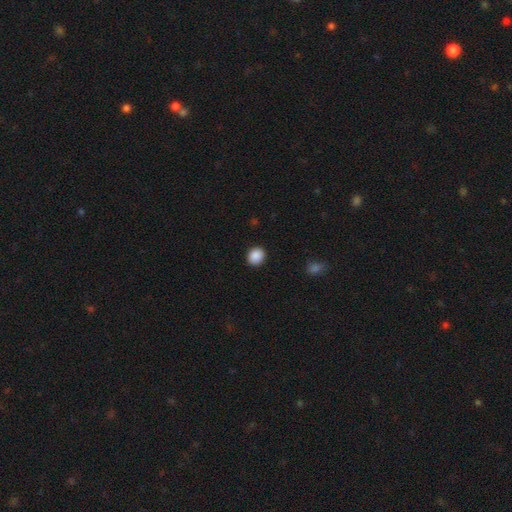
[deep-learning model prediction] smooth_or_featured: smooth (p=0.89) [alt: star or artifact p=0.08]
how_rounded: round (p=0.69) [alt: in between p=0.30]
merging: none (p=0.91) [alt: minor disturbance p=0.06]